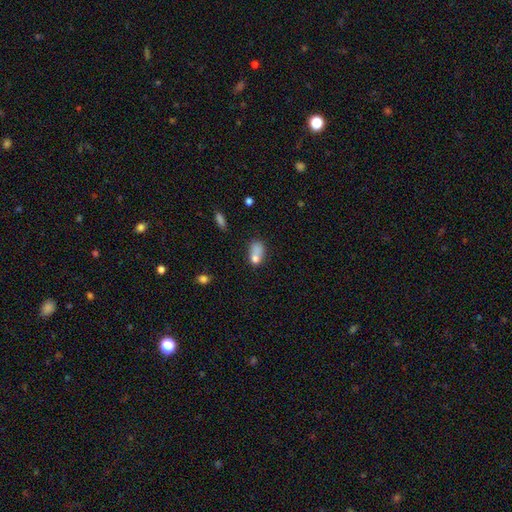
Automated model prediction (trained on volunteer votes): smooth-or-featured: smooth: 75% | featured or disk: 14% | star or artifact: 11%
  how-rounded: in between: 76% | round: 21% | cigar-shaped: 3%
  merging: merger: 33% | none: 32% | minor disturbance: 21% | major disturbance: 14%